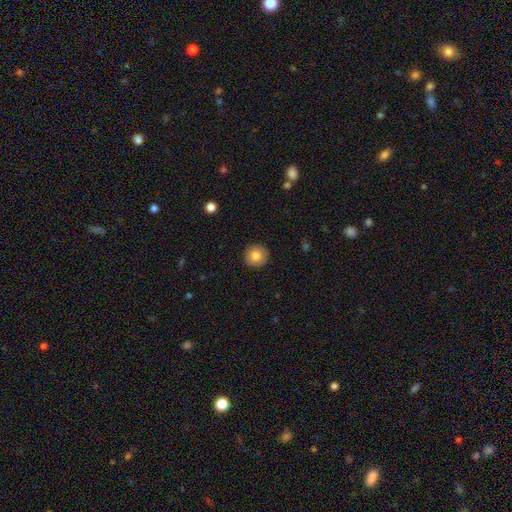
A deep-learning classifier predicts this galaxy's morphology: A smooth galaxy with no disk features (82%) that is round (94%). Merging: none (92%).